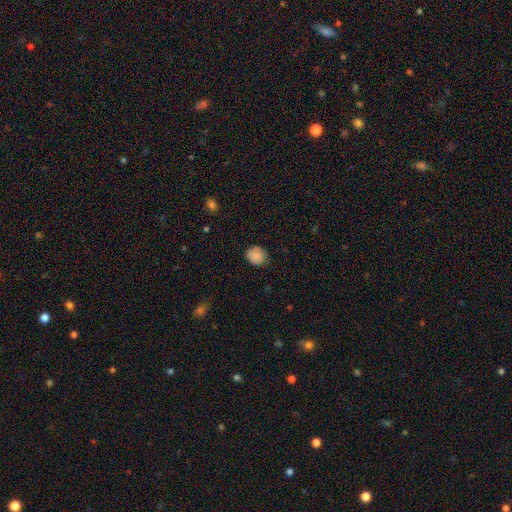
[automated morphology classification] A smooth galaxy with no disk features (87%) that is round (72%). Merging: none (79%).